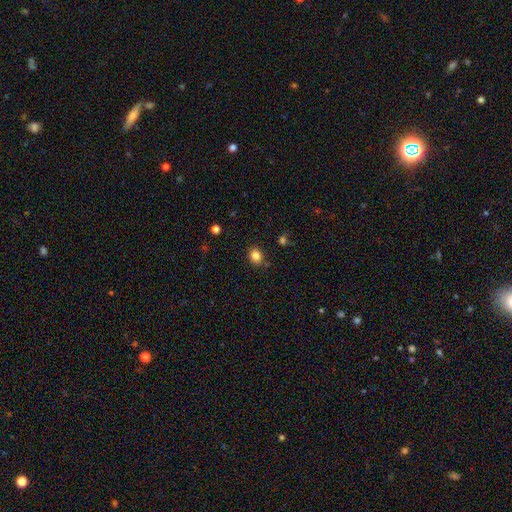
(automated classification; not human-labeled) smooth-or-featured: smooth: 84% | star or artifact: 11% | featured or disk: 5%
  how-rounded: round: 57% | in between: 42% | cigar-shaped: 1%
  merging: none: 80% | minor disturbance: 13% | merger: 3% | major disturbance: 3%